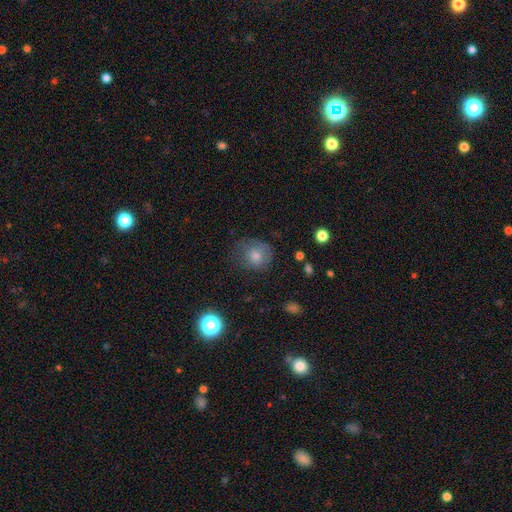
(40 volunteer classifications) Smooth or featured?
  - smooth: 78% *
  - featured or disk: 18%
  - star or artifact: 5%
How rounded?
  - round: 74% *
  - in between: 26%
  - cigar-shaped: 0%
Merging?
  - none: 55% *
  - minor disturbance: 29%
  - major disturbance: 16%
  - merger: 0%